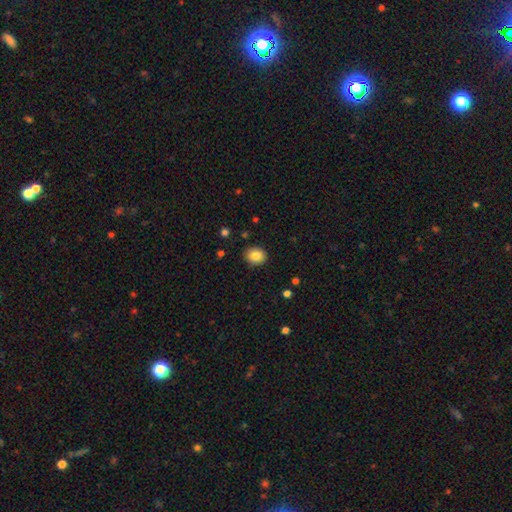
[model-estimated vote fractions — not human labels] Smooth or featured: smooth — 85% (star or artifact — 9%)
How rounded: round — 60% (in between — 39%)
Merging: none — 88% (minor disturbance — 9%)